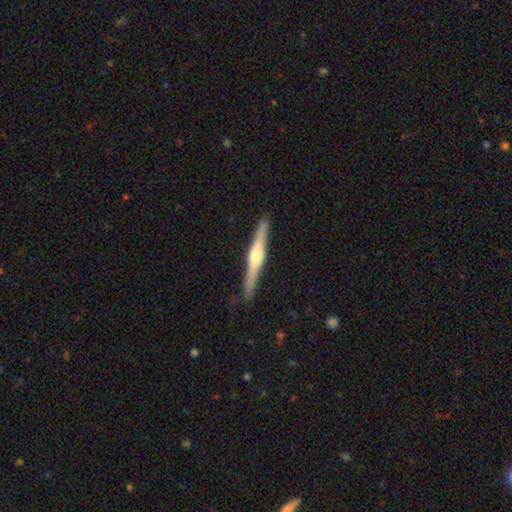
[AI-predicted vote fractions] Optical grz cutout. It shows a featured or disk galaxy (77%) viewed edge-on (98%) with a rounded central bulge (85%). Merging: none (89%).